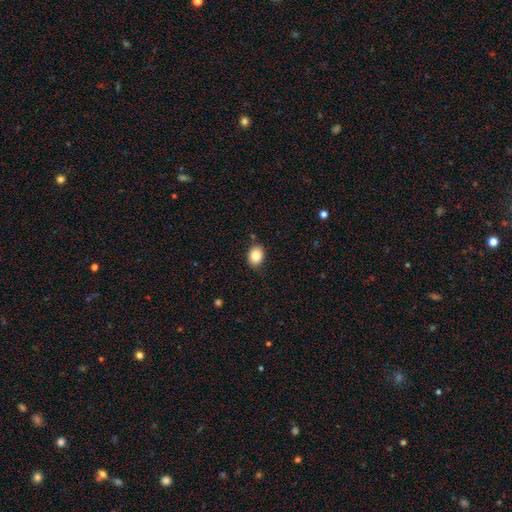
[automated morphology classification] Smooth or featured? Predicted: smooth (p=0.85). How rounded? Predicted: in between (p=0.63). Merging? Predicted: none (p=0.84).